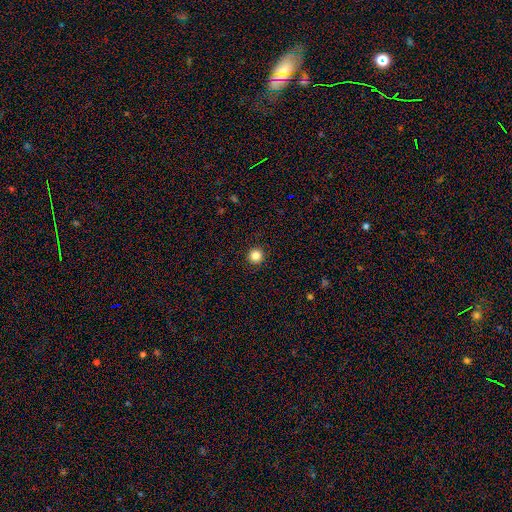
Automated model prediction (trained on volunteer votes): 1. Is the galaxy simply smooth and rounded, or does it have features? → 85% smooth, 11% star or artifact, 4% featured or disk.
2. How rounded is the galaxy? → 96% round, 3% in between, 1% cigar-shaped.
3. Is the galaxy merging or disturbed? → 93% none, 4% minor disturbance, 2% major disturbance, 1% merger.